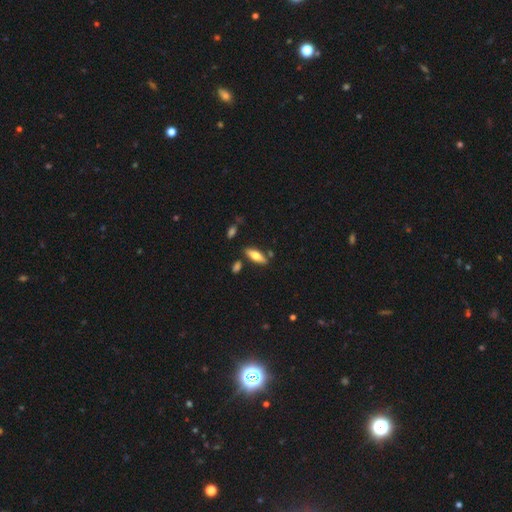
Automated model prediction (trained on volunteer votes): Morphology: type=smooth (61%); roundness=in between (57%); merging=none (81%).